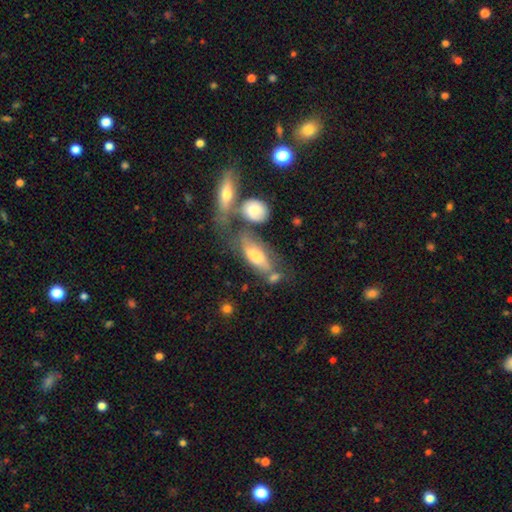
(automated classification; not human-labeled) Smooth or featured?
  - smooth: 54% *
  - featured or disk: 39%
  - star or artifact: 8%
How rounded?
  - in between: 76% *
  - cigar-shaped: 21%
  - round: 4%
Merging?
  - none: 33% * (tied)
  - merger: 33% * (tied)
  - minor disturbance: 19%
  - major disturbance: 14%